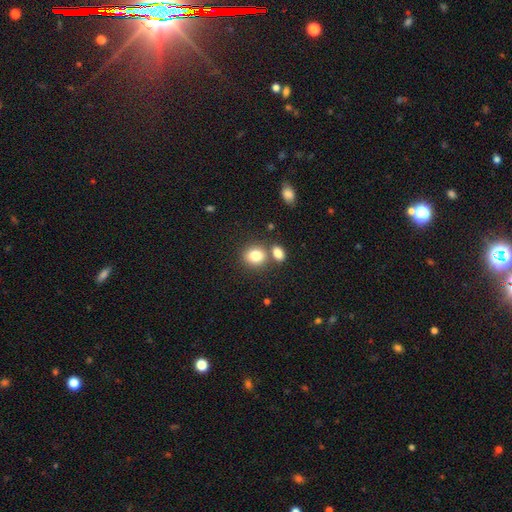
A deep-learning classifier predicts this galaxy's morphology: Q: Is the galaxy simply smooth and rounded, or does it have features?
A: smooth — 82%.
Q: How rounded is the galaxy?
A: round — 63%.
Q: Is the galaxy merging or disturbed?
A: none — 61%.